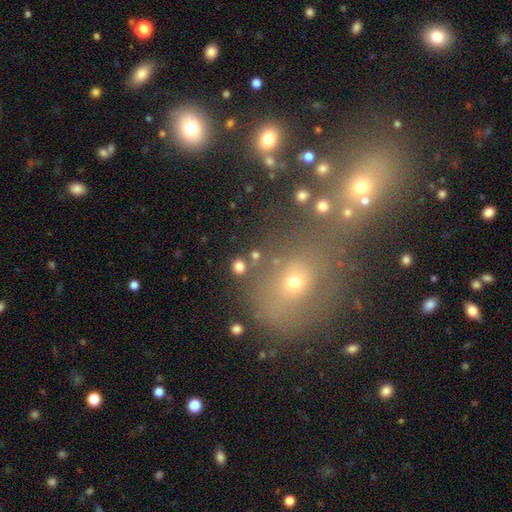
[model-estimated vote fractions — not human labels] This appears to be a smooth galaxy with no disk features (65%) that is round (74%). Merging: none (73%).